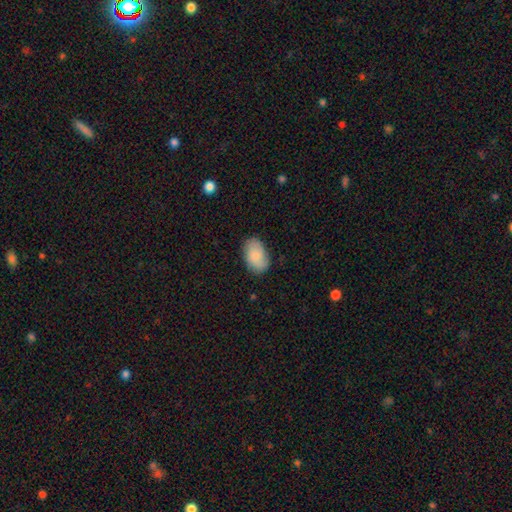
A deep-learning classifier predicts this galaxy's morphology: Smooth or featured?
  - smooth: 75% *
  - featured or disk: 18%
  - star or artifact: 7%
How rounded?
  - in between: 92% *
  - round: 7%
  - cigar-shaped: 1%
Merging?
  - none: 80% *
  - minor disturbance: 15%
  - major disturbance: 3%
  - merger: 1%